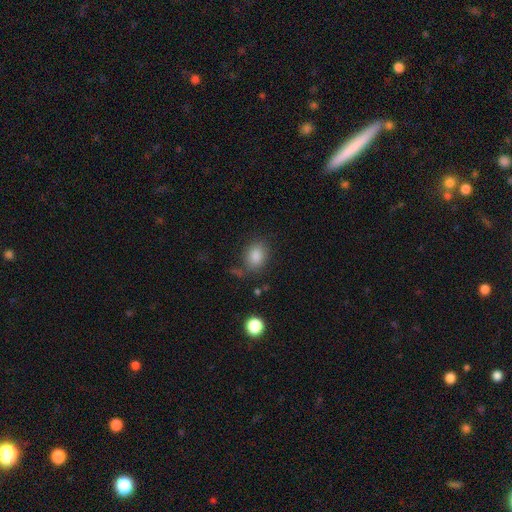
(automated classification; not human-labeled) Q: Smooth or featured?
A: smooth (84%); runner-up: star or artifact (11%)
Q: How rounded?
A: in between (61%); runner-up: round (38%)
Q: Merging?
A: none (75%); runner-up: minor disturbance (15%)